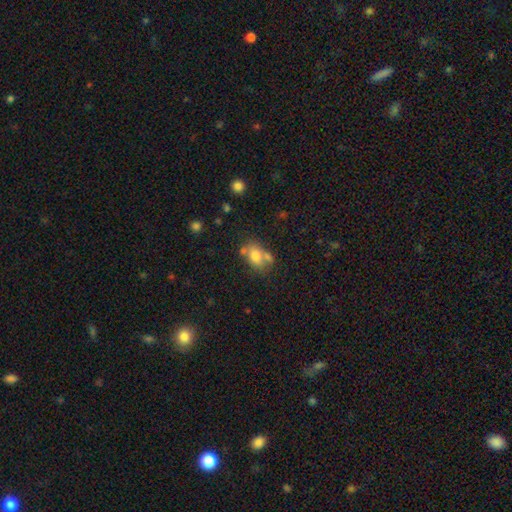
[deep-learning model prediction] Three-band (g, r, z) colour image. It shows a smooth galaxy with no disk features (72%) that is in between round and cigar-shaped (75%). Merging: none (46%).